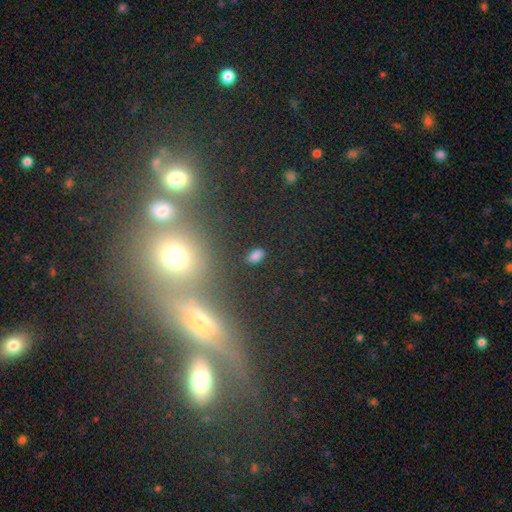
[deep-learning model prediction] Smooth or featured: smooth — 75% (star or artifact — 19%)
How rounded: in between — 88% (round — 8%)
Merging: none — 86% (minor disturbance — 9%)